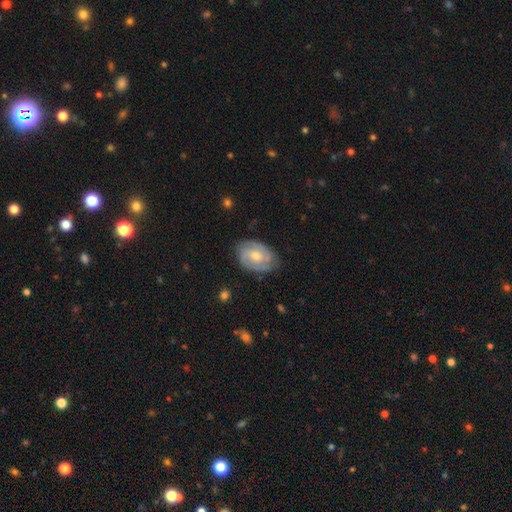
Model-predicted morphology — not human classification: A featured or disk galaxy (78%) with no bar (51%), 2 (64%) tight (58%) spiral arms (94%) and a moderate central bulge (58%). Merging: none (79%).